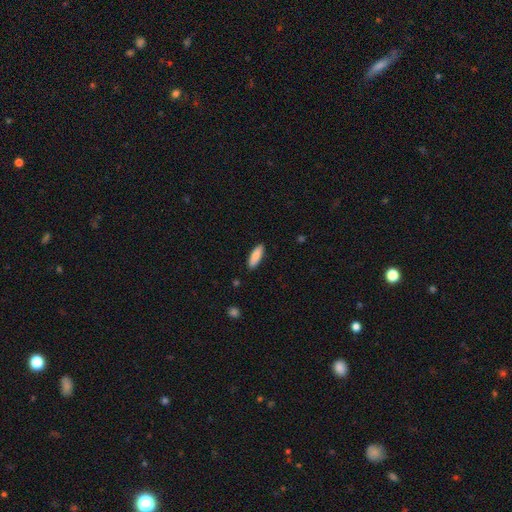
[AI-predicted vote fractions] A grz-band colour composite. It shows a smooth galaxy with no disk features (85%) that is in between round and cigar-shaped (54%). Merging: none (88%).